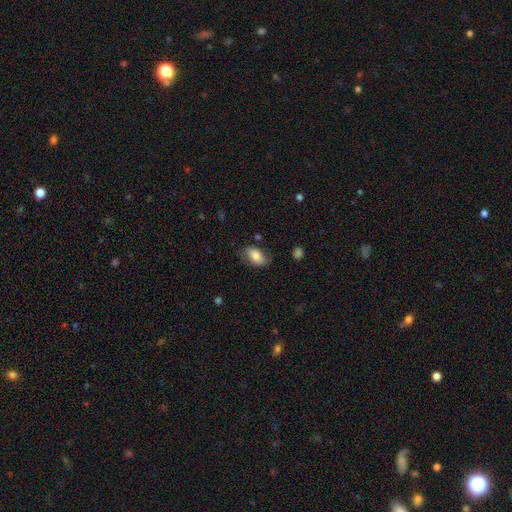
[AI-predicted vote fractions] smooth-or-featured: smooth: 75% | featured or disk: 18% | star or artifact: 7%
  how-rounded: in between: 91% | round: 6% | cigar-shaped: 3%
  merging: none: 70% | minor disturbance: 22% | major disturbance: 6% | merger: 2%